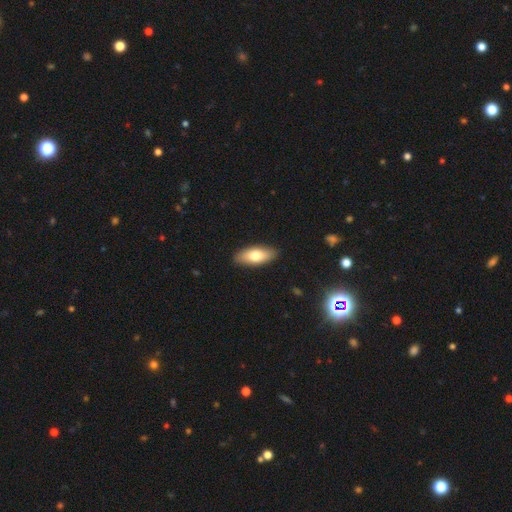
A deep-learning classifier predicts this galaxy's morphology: smooth 75%, featured or disk 19%, star or artifact 6%. Down the decision tree: how rounded — in between (81%); merging — none (89%).